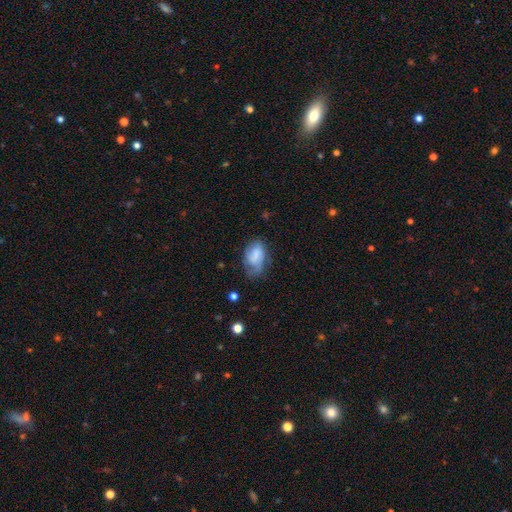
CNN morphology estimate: This is likely a smooth galaxy (61%). How rounded: clearly in between (88%). Merging: marginally none (45%).